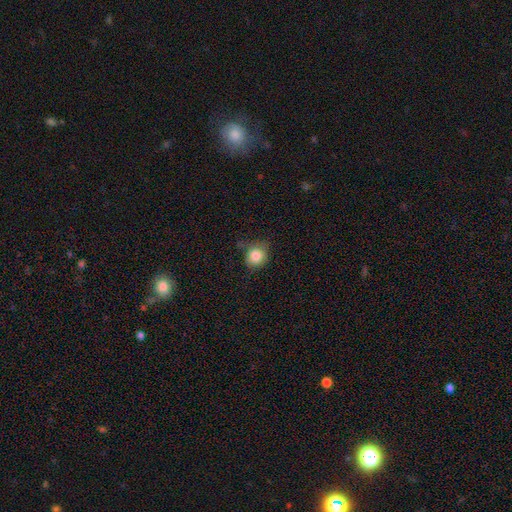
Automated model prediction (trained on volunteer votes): Morphology: type=smooth (83%); roundness=round (73%); merging=none (61%).